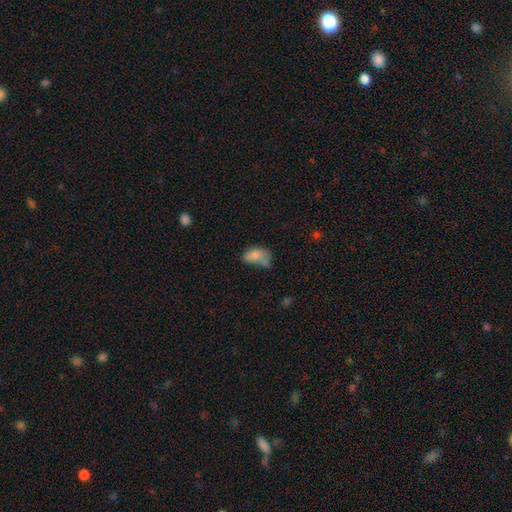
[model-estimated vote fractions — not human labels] Overall: smooth (78%). How rounded: in between (88%). Merging: none (30%; merger 29%).